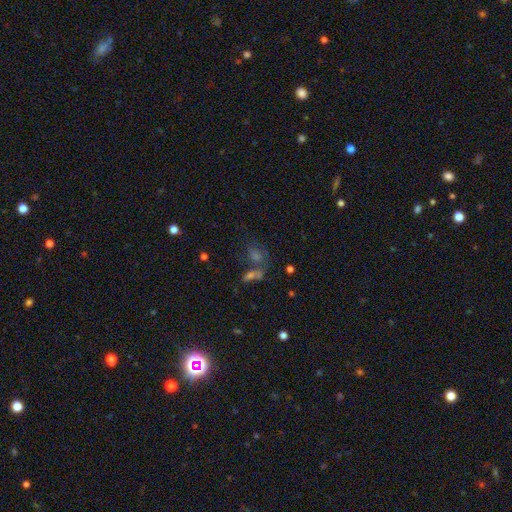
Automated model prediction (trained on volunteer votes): Smooth or featured? Predicted: smooth (p=0.44). Merging? Predicted: none (p=0.45).